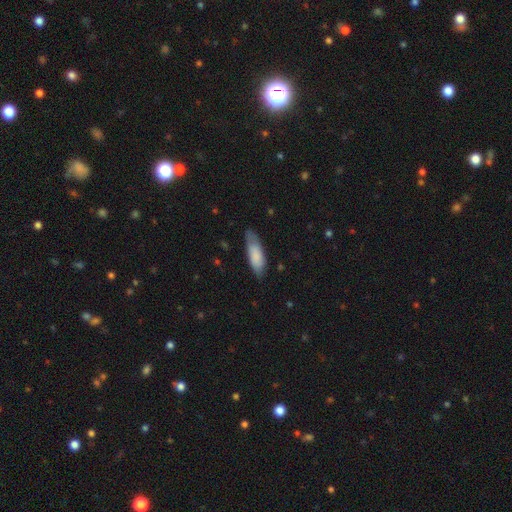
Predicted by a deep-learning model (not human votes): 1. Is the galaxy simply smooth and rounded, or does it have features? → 80% smooth, 15% featured or disk, 6% star or artifact.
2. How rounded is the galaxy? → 59% in between, 40% cigar-shaped, 2% round.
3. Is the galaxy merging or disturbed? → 68% none, 25% minor disturbance, 5% major disturbance, 1% merger.